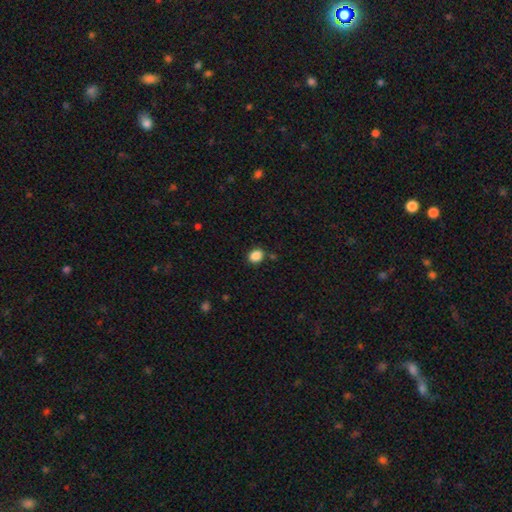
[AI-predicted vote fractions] Smooth or featured: smooth — 87% (star or artifact — 10%)
How rounded: round — 54% (in between — 46%)
Merging: none — 83% (minor disturbance — 10%)